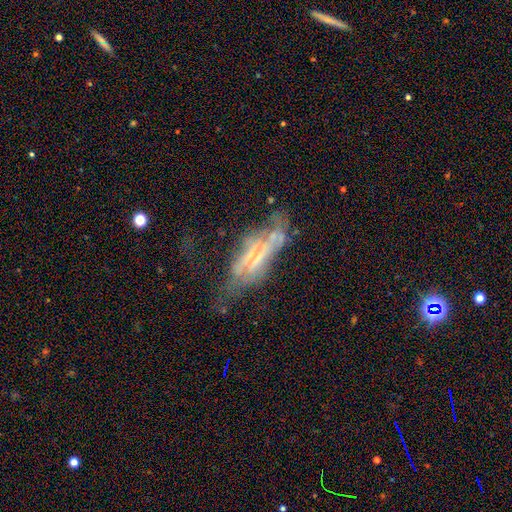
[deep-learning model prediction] A featured or disk galaxy (61%) viewed edge-on (51%).

Vote fractions:
- Smooth or featured? featured or disk: 61% / smooth: 22% / star or artifact: 17%
- Edge-on disk? yes: 51% / no: 49%
- Merging? none: 44% / major disturbance: 25% / minor disturbance: 24% / merger: 7%